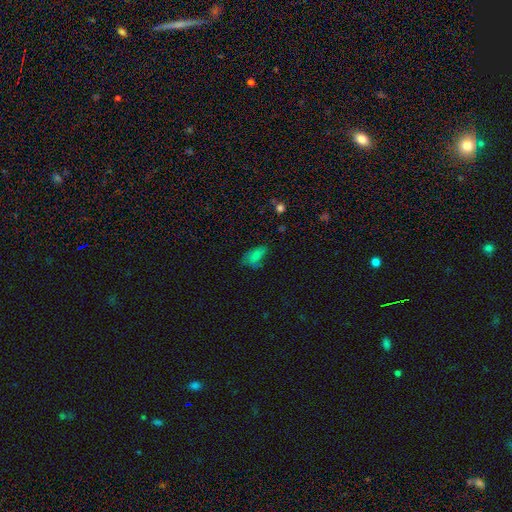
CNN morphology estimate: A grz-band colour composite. It shows a smooth galaxy with no disk features (73%) that is in between round and cigar-shaped (87%). Merging: none (48%).